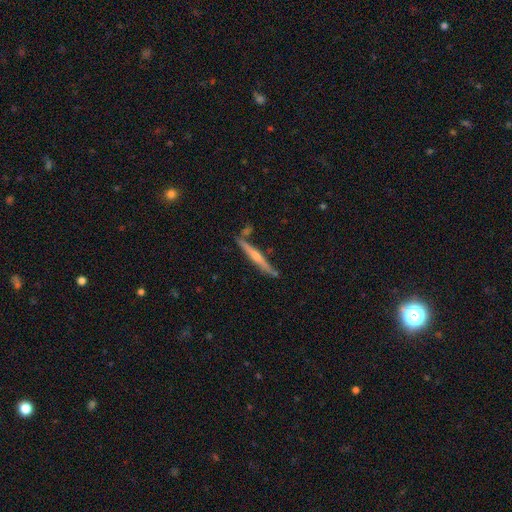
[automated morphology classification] smooth-or-featured: featured or disk: 71% | smooth: 24% | star or artifact: 6%
  disk-edge-on: yes: 98% | no: 2%
    edge-on-bulge: rounded: 72% | none: 19% | boxy: 10%
  merging: none: 83% | minor disturbance: 10% | merger: 4% | major disturbance: 2%